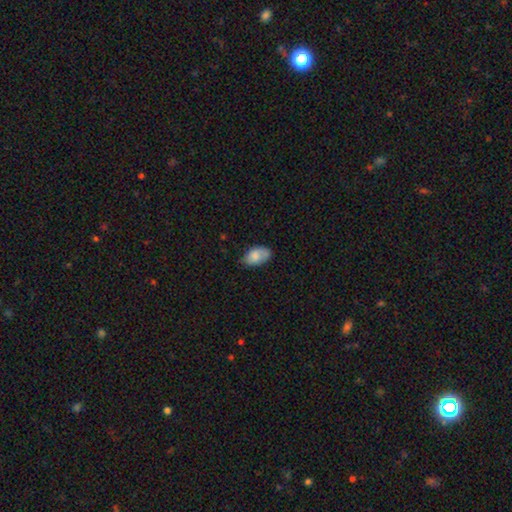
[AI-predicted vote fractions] The model was most divided on "merging": none: 65%, minor disturbance: 28%, major disturbance: 6%, merger: 2%. More confident: how rounded — in between (93%); smooth or featured — smooth (78%).